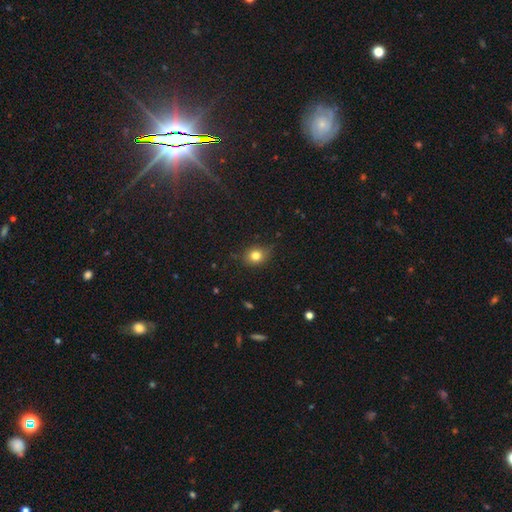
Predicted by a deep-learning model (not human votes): A smooth galaxy with no disk features (79%) that is round (64%). Merging: none (77%).